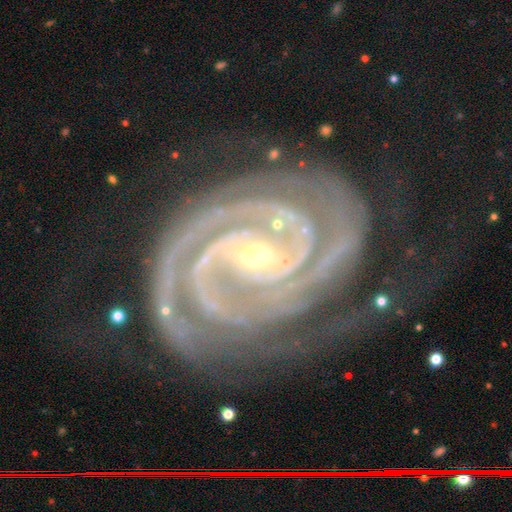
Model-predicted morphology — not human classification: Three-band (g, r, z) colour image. It shows a featured or disk galaxy (93%) with a strong bar (40%), 2 (60%) tight (82%) spiral arms (99%) and a small central bulge (73%). Merging: none (66%).